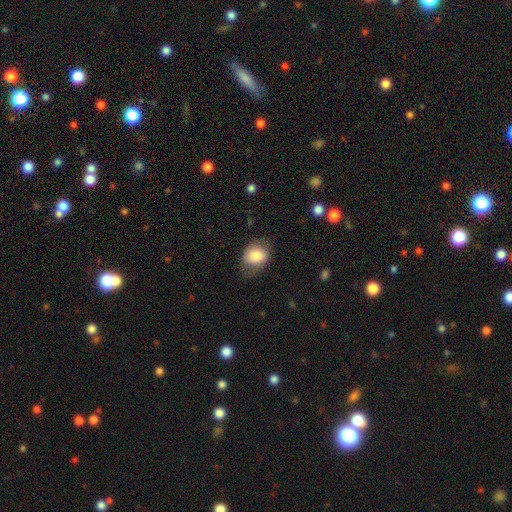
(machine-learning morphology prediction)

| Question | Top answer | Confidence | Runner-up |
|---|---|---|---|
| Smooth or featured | smooth | 79% | featured or disk (14%) |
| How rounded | in between | 63% | round (36%) |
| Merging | none | 60% | minor disturbance (27%) |